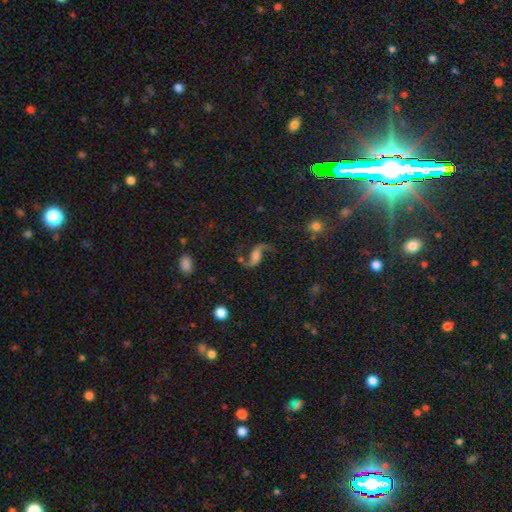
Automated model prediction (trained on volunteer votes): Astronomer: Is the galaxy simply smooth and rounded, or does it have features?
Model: featured or disk — 84%.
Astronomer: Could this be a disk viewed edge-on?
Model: no — 96%.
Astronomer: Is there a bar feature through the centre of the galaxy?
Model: no — 46% (runner-up: weak, 36%).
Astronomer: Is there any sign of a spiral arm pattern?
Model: yes — 96%.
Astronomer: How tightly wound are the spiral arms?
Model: loose — 88%.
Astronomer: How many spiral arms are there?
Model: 2 — 93%.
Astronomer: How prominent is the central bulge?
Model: none — 29% (runner-up: moderate, 25%).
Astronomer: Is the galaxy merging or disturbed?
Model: none — 72%.